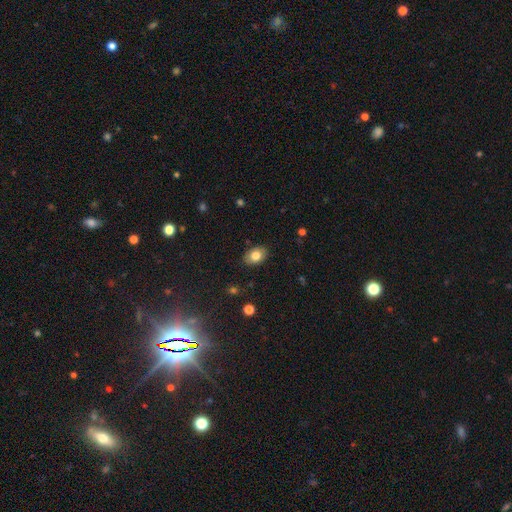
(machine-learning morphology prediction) Overall: smooth (80%). How rounded: in between (82%). Merging: none (86%).